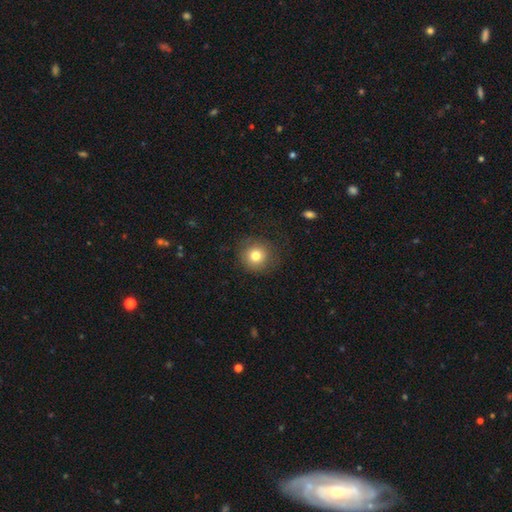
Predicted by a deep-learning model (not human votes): Morphology: type=smooth (78%); roundness=round (91%); merging=none (81%).